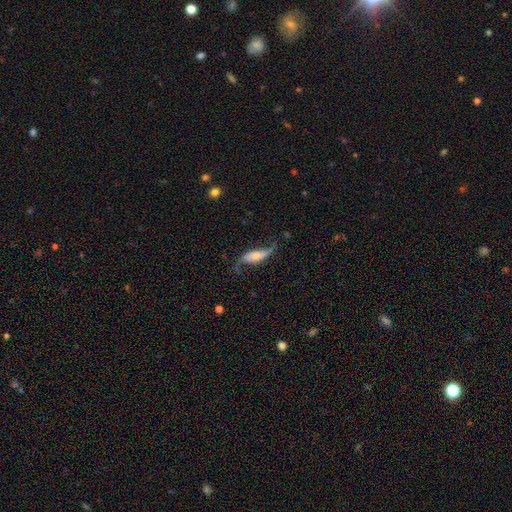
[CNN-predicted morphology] Overall: featured or disk (72%). Edge-on disk: no (84%). Bar: no (53%; weak 27%). Spiral arms: yes (92%). Spiral arm count: 2 (90%). Spiral winding: loose (87%). Bulge size: small (44%; moderate 39%). Merging: none (63%).